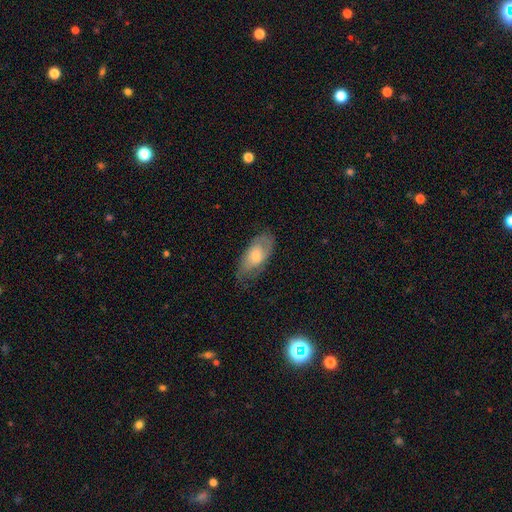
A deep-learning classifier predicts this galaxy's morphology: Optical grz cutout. It shows a smooth galaxy with no disk features (52%) that is in between round and cigar-shaped (90%). Merging: none (63%).